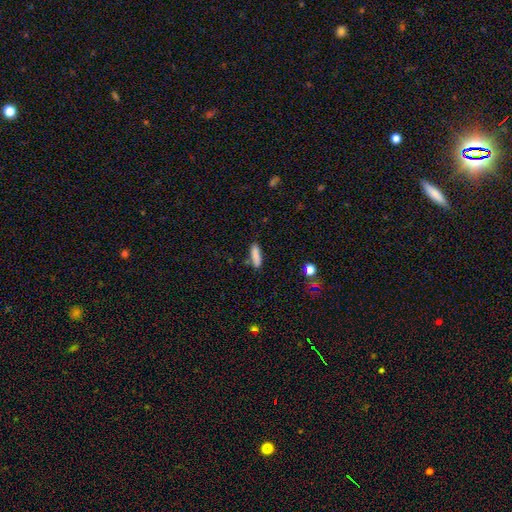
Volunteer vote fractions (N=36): Morphology: type=smooth (86%); roundness=cigar-shaped (61%); merging=none (80%).